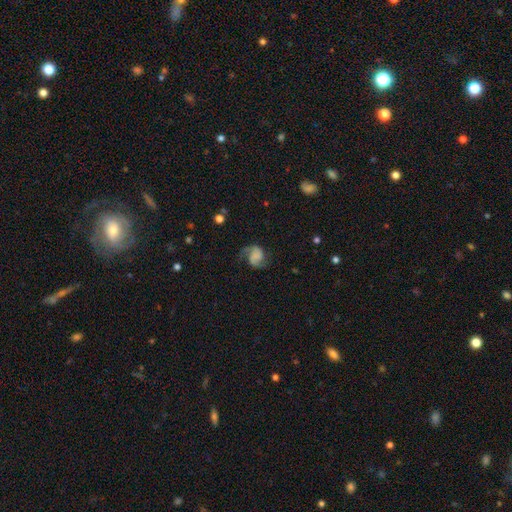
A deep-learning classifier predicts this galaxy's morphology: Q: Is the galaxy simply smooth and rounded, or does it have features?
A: featured or disk — 77%.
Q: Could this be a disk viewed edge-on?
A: no — 98%.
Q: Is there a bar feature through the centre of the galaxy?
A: no — 60%.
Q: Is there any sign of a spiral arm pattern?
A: yes — 96%.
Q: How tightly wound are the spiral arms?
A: medium — 46%.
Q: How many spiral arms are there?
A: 2 — 89%.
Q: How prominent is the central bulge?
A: none — 64%.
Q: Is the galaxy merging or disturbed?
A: none — 67%.